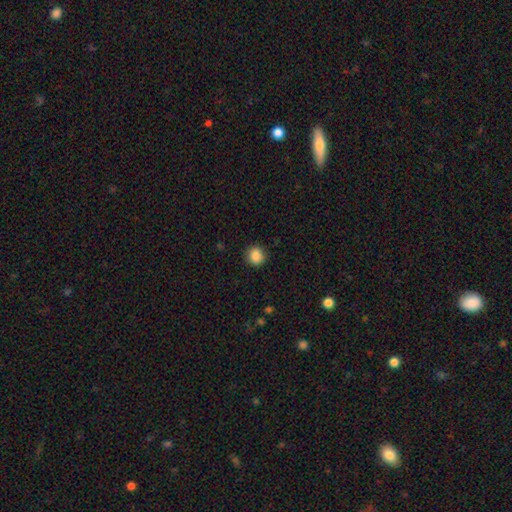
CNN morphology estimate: Smooth or featured?
  - smooth: 87% *
  - star or artifact: 10%
  - featured or disk: 4%
How rounded?
  - round: 83% *
  - in between: 16%
  - cigar-shaped: 1%
Merging?
  - none: 88% *
  - minor disturbance: 8%
  - major disturbance: 2%
  - merger: 1%